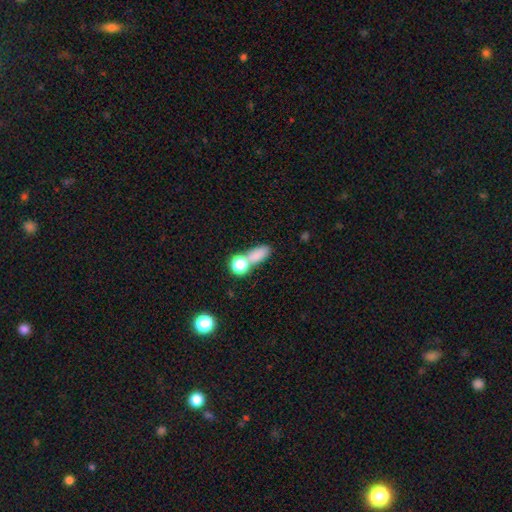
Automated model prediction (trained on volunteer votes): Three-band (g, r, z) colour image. It shows a smooth galaxy with no disk features (79%) that is in between round and cigar-shaped (64%). Merging: none (44%).